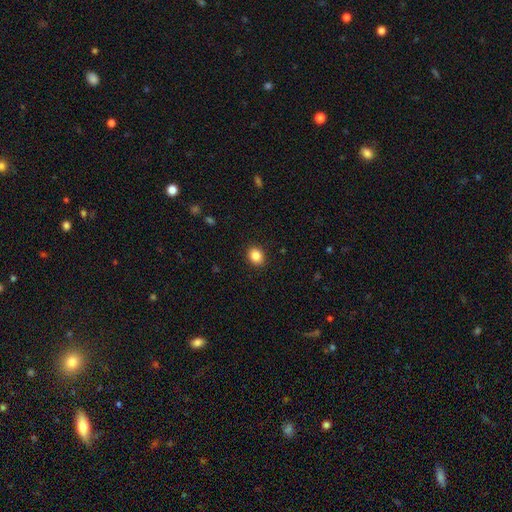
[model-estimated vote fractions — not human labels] Morphology: type=smooth (86%); roundness=round (58%); merging=none (91%).